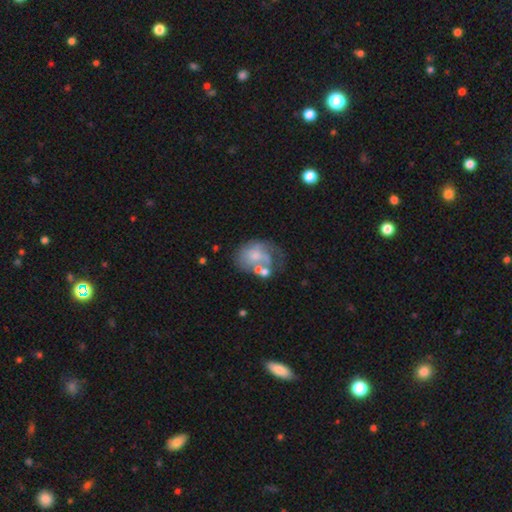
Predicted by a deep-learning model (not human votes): Smooth or featured? Predicted: featured or disk (p=0.52). Edge-on disk? Predicted: no (p=0.98). Bar? Predicted: no (p=0.80). Spiral arms? Predicted: no (p=0.54). Bulge size? Predicted: small (p=0.47). Merging? Predicted: major disturbance (p=0.30).